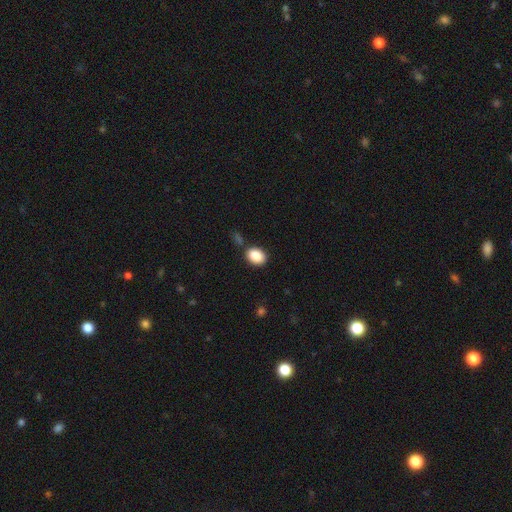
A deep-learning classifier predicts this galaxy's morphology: smooth 88%, star or artifact 8%, featured or disk 4%. Down the decision tree: how rounded — in between (70%); merging — none (78%).